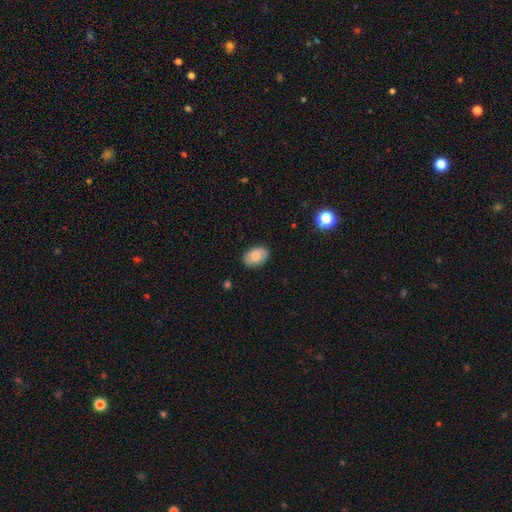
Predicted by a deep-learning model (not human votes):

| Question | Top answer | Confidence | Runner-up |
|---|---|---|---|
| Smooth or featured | smooth | 80% | featured or disk (13%) |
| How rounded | in between | 87% | round (12%) |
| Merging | none | 87% | minor disturbance (10%) |